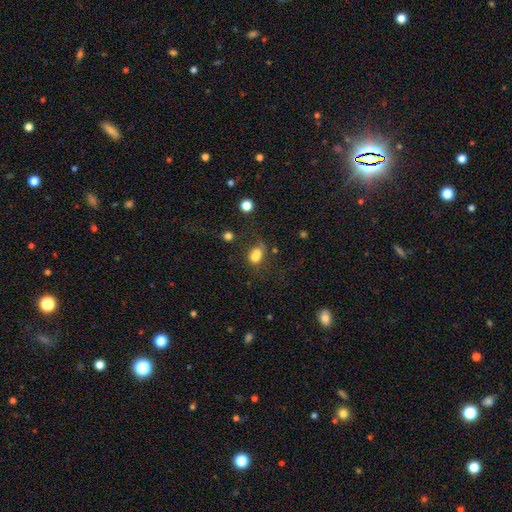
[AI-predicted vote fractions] smooth-or-featured: smooth: 71% | star or artifact: 15% | featured or disk: 14%
  how-rounded: in between: 64% | round: 35% | cigar-shaped: 2%
  merging: merger: 39% | none: 33% | minor disturbance: 16% | major disturbance: 11%